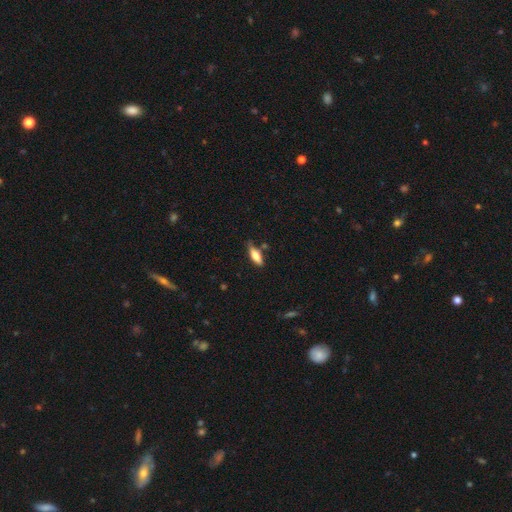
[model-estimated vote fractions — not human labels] Smooth or featured? smooth (64%)
How rounded? in between (60%)
Merging? none (70%)